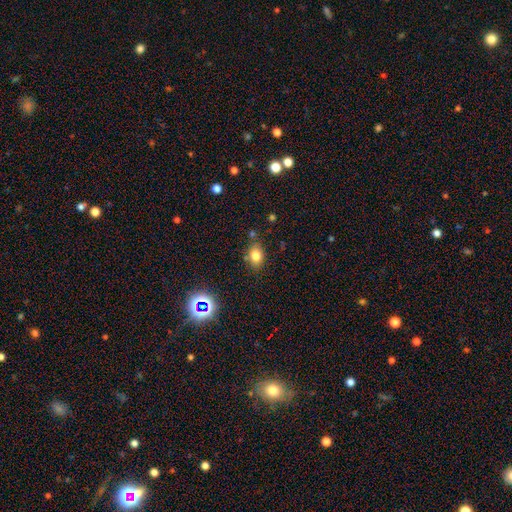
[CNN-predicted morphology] This is likely a smooth galaxy (78%). How rounded: likely in between (68%). Merging: likely none (76%).